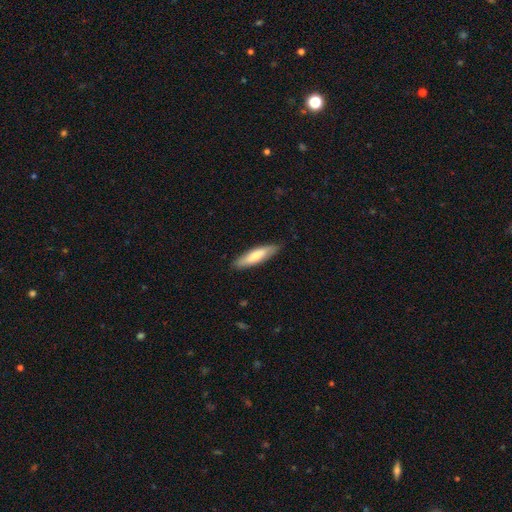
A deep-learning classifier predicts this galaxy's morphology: This is likely a smooth galaxy (68%). How rounded: likely cigar-shaped (68%). Merging: clearly none (87%).